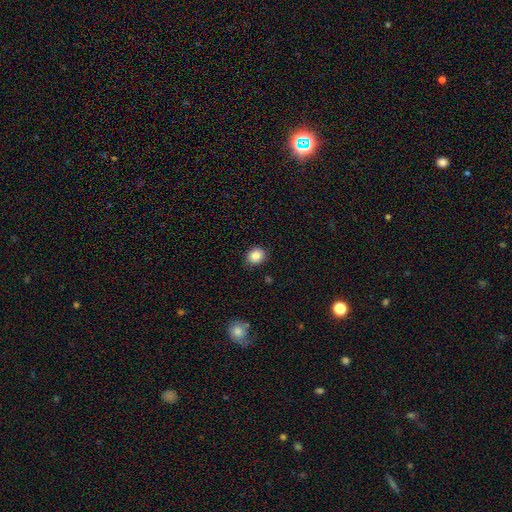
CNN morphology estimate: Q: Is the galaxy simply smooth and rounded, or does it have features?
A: smooth — 87%.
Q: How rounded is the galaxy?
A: round — 66%.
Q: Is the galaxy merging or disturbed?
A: none — 83%.